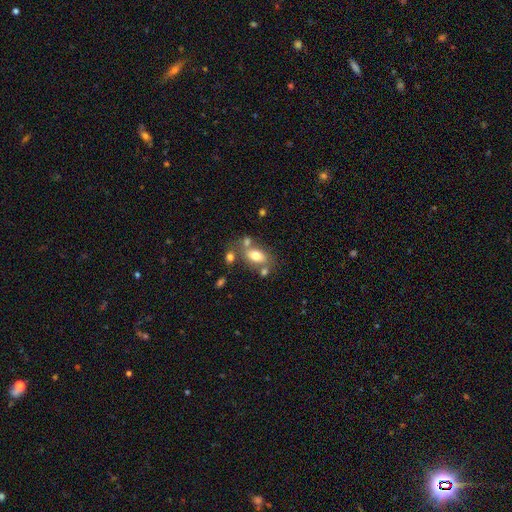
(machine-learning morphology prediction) This appears to be a smooth galaxy with no disk features (71%) that is in between round and cigar-shaped (84%). Merging: none (53%).